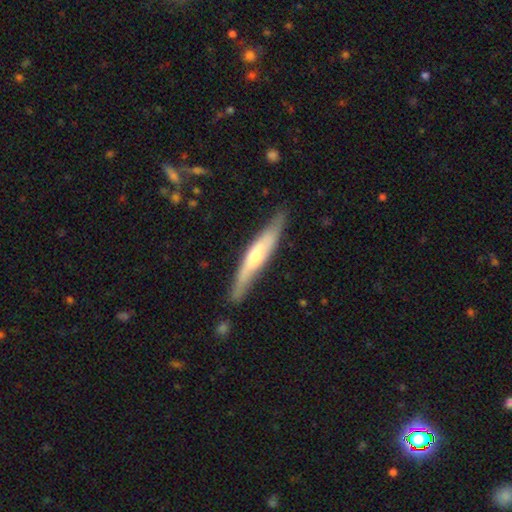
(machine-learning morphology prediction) This is possibly a featured or disk galaxy (60%). It is clearly viewed edge-on (86%). Edge-on bulge: likely rounded (74%). Merging: clearly none (82%).